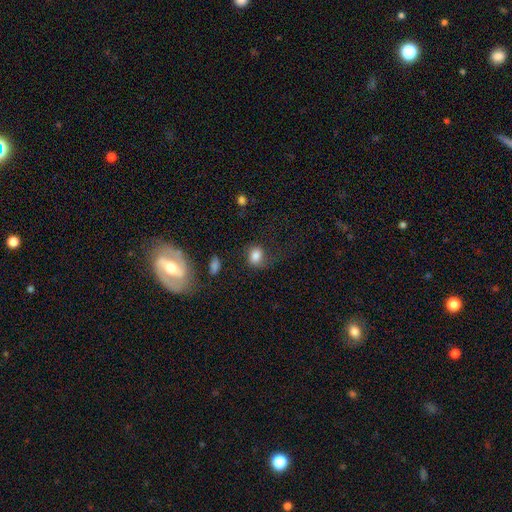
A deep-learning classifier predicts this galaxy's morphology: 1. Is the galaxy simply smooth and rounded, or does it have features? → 82% smooth, 9% star or artifact, 9% featured or disk.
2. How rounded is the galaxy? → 59% round, 40% in between, 1% cigar-shaped.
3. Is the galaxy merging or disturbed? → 56% none, 22% minor disturbance, 18% major disturbance, 4% merger.